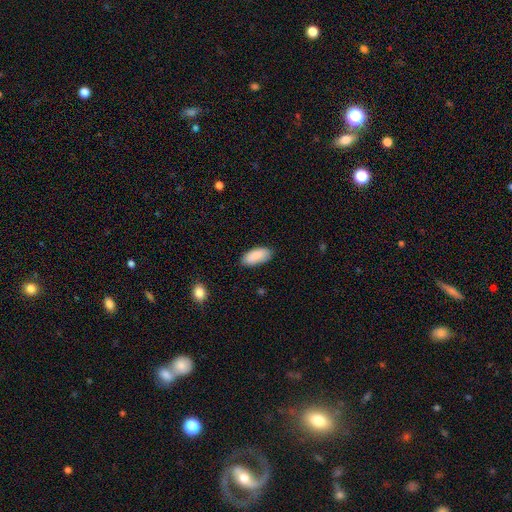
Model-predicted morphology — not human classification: This appears to be a smooth galaxy with no disk features (89%) that is in between round and cigar-shaped (89%). Merging: none (83%).